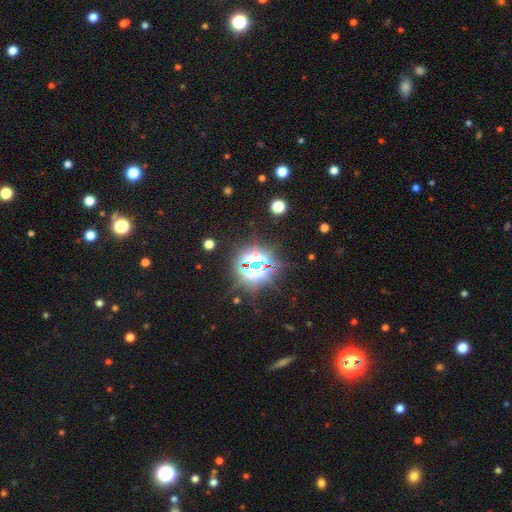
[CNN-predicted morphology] A star or artifact, not a galaxy (79%).

Vote fractions:
- Smooth or featured? star or artifact: 79% / smooth: 12% / featured or disk: 8%